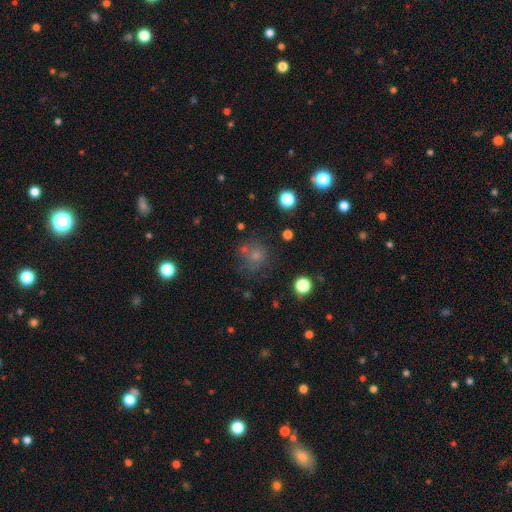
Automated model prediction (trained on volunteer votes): Smooth or featured? Predicted: smooth (p=0.64). How rounded? Predicted: round (p=0.87). Merging? Predicted: none (p=0.63).